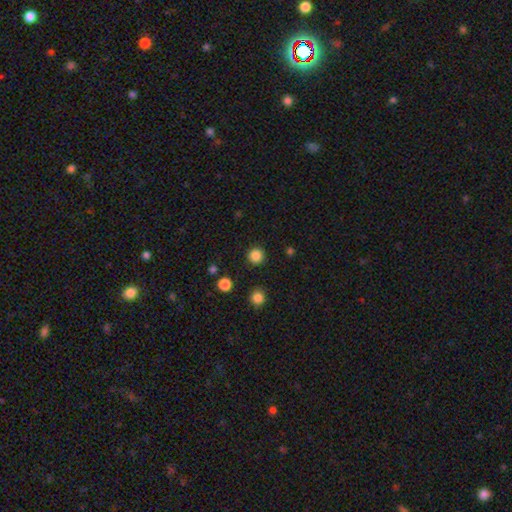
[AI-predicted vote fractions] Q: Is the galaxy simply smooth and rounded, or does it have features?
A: smooth — 84%.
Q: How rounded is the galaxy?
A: round — 95%.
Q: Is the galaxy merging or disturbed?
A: none — 92%.